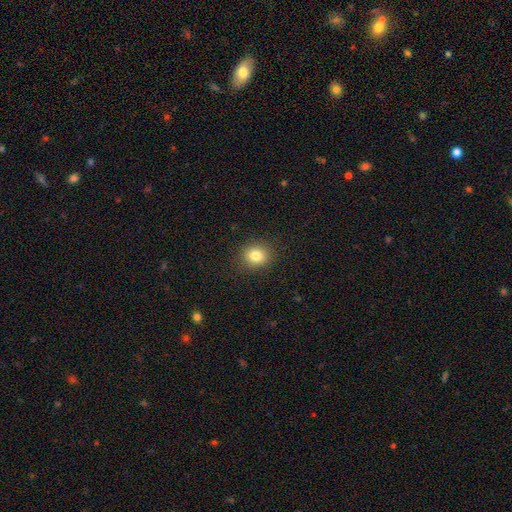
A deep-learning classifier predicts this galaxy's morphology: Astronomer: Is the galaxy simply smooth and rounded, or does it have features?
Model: smooth — 82%.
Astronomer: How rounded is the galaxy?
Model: round — 76%.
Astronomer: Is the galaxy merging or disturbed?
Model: none — 90%.